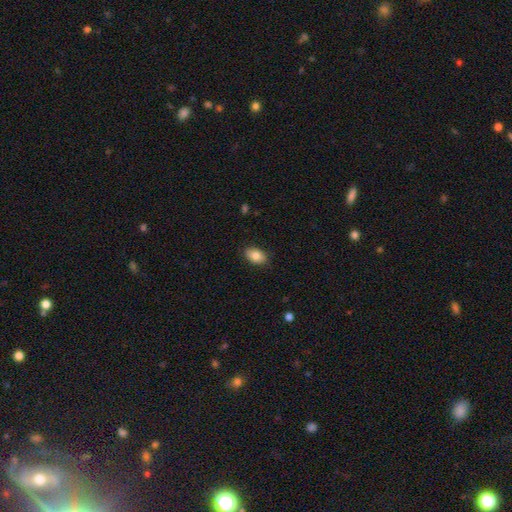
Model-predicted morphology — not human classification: The model was most divided on "smooth or featured": smooth: 82%, featured or disk: 10%, star or artifact: 7%. More confident: how rounded — in between (88%); merging — none (85%).